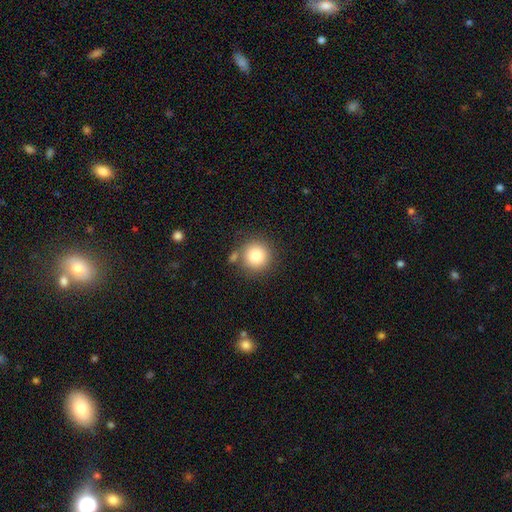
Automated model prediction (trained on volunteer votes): Smooth or featured? Predicted: smooth (p=0.82). How rounded? Predicted: round (p=0.94). Merging? Predicted: none (p=0.77).